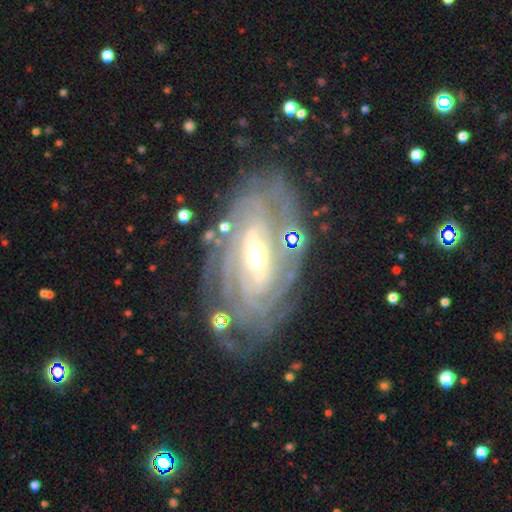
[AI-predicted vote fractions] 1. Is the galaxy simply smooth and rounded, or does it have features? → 89% featured or disk, 6% smooth, 5% star or artifact.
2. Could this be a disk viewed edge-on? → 93% no, 7% yes.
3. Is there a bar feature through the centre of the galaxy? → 38% weak, 32% strong, 30% no.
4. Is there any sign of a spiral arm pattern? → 96% yes, 4% no.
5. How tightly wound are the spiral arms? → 75% tight, 20% medium, 5% loose.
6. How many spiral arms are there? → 32% can't tell, 19% 4, 16% 3, 15% 2, 11% more than 4, 6% 1.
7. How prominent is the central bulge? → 57% moderate, 35% small, 5% large, 1% none, 1% dominant.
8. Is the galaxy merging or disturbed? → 72% none, 17% minor disturbance, 7% major disturbance, 3% merger.